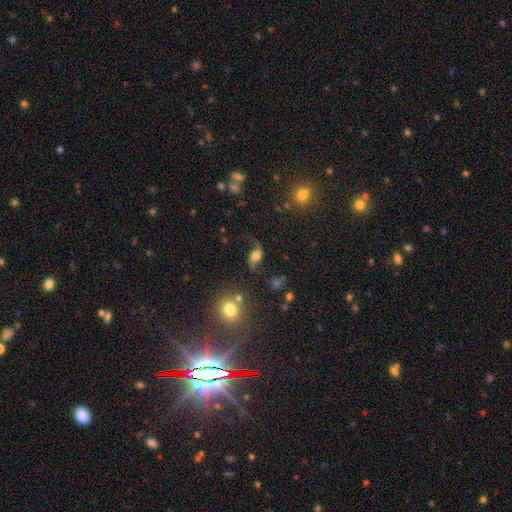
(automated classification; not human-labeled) smooth-or-featured: featured or disk: 76% | smooth: 15% | star or artifact: 9%
  disk-edge-on: no: 95% | yes: 5%
    bar: no: 61% | weak: 30% | strong: 9%
    has-spiral-arms: yes: 95% | no: 5%
      spiral-winding: loose: 89% | medium: 9% | tight: 2%
      spiral-arm-count: 2: 92% | 1: 3% | can't tell: 2% | 3: 1% | 4: 1% | more than 4: 1%
    bulge-size: moderate: 38% | large: 36% | small: 11% | dominant: 8% | none: 6%
  merging: none: 68% | minor disturbance: 16% | major disturbance: 12% | merger: 4%